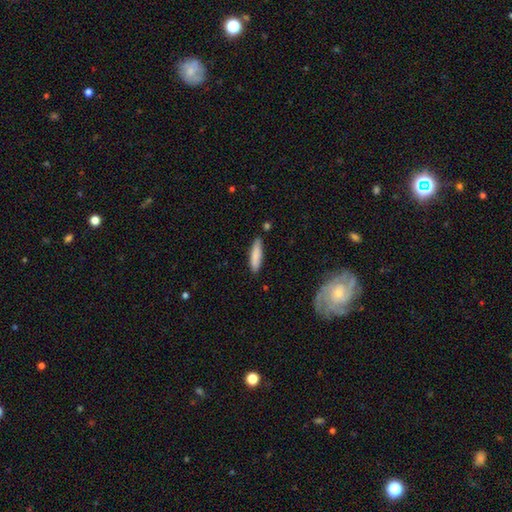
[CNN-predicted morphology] smooth 84%, featured or disk 10%, star or artifact 6%. Down the decision tree: how rounded — cigar-shaped (73%); merging — none (83%).